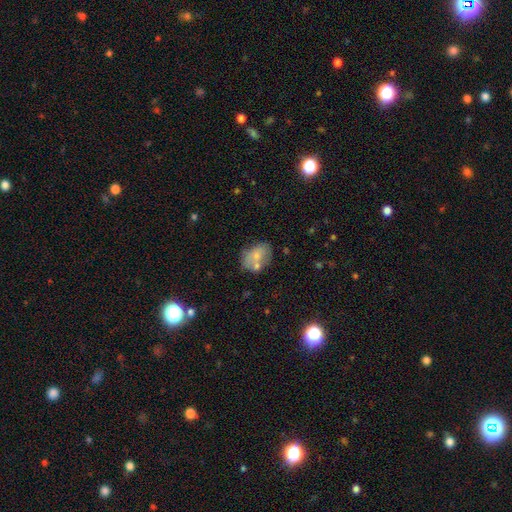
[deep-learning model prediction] Overall: smooth (66%; featured or disk 26%). How rounded: in between (74%). Merging: none (48%; merger 23%).